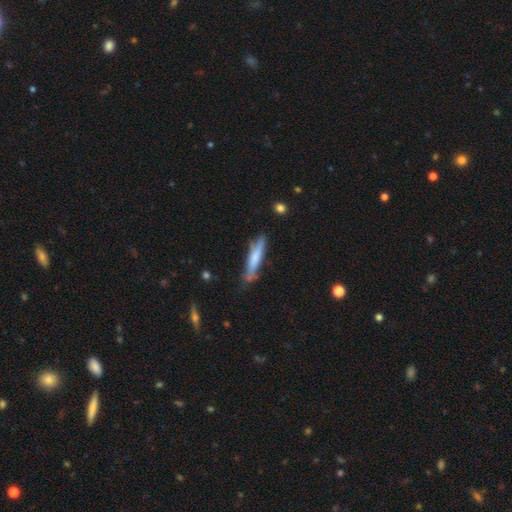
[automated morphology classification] Q: Smooth or featured?
A: smooth (57%); runner-up: featured or disk (36%)
Q: How rounded?
A: cigar-shaped (89%); runner-up: in between (9%)
Q: Merging?
A: none (70%); runner-up: minor disturbance (23%)